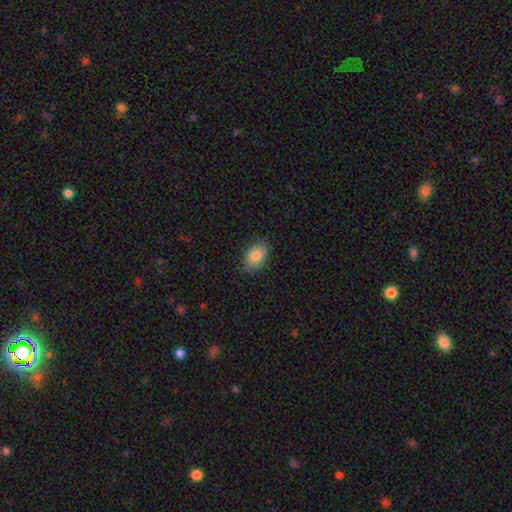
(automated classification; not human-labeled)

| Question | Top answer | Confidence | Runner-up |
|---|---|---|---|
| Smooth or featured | smooth | 84% | featured or disk (8%) |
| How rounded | in between | 87% | round (11%) |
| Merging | none | 81% | minor disturbance (15%) |